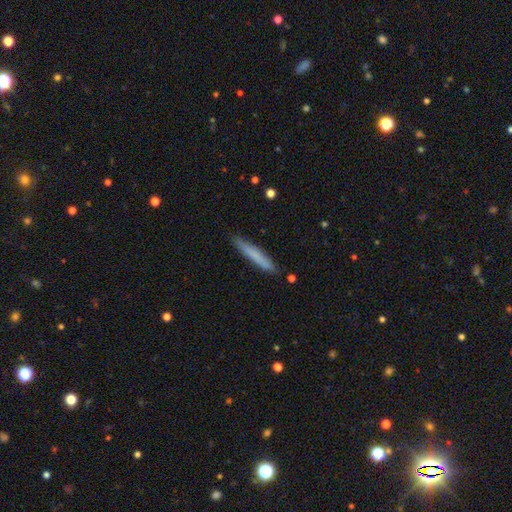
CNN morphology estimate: Smooth or featured? Predicted: smooth (p=0.74). How rounded? Predicted: cigar-shaped (p=0.95). Merging? Predicted: none (p=0.88).